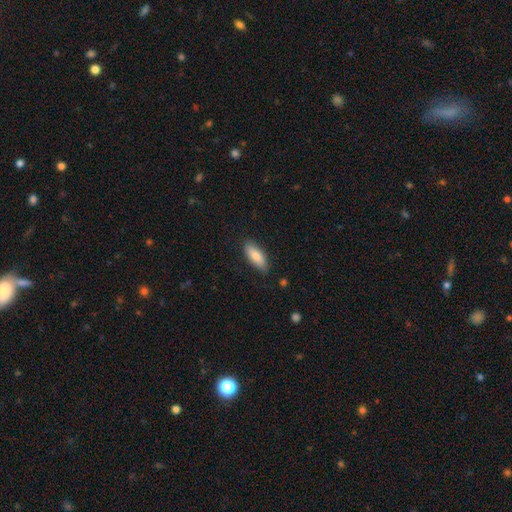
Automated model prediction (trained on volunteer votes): Q: Smooth or featured?
A: smooth (80%); runner-up: featured or disk (14%)
Q: How rounded?
A: in between (71%); runner-up: cigar-shaped (27%)
Q: Merging?
A: none (85%); runner-up: minor disturbance (12%)